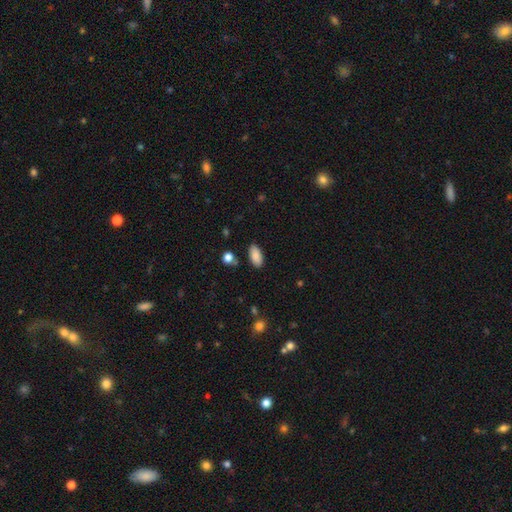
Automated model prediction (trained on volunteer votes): Q: Smooth or featured?
A: smooth (87%); runner-up: star or artifact (7%)
Q: How rounded?
A: in between (92%); runner-up: cigar-shaped (5%)
Q: Merging?
A: none (84%); runner-up: minor disturbance (11%)